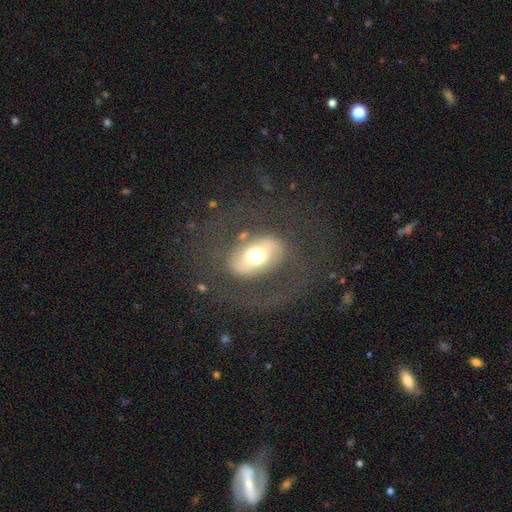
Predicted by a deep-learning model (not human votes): Smooth or featured: featured or disk — 55% (smooth — 36%)
Edge-on disk: no — 92% (yes — 8%)
Bar: no — 47% (strong — 28%)
Spiral arms: yes — 53% (no — 47%)
Bulge size: moderate — 54% (large — 32%)
Merging: none — 64% (major disturbance — 20%)